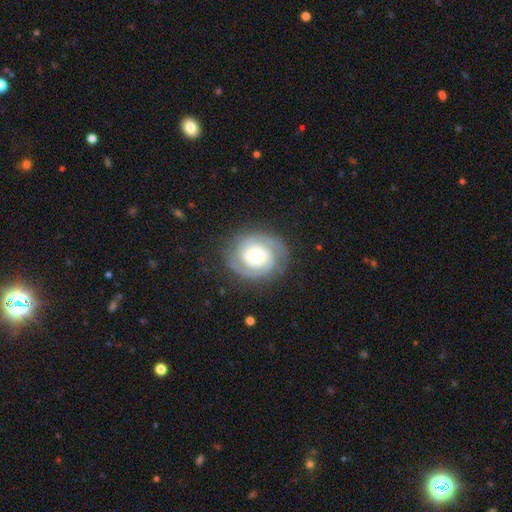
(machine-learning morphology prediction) A featured or disk galaxy (85%) with no bar (68%), 2 (75%) tight (72%) spiral arms (96%) and a moderate central bulge (56%). Merging: none (83%).